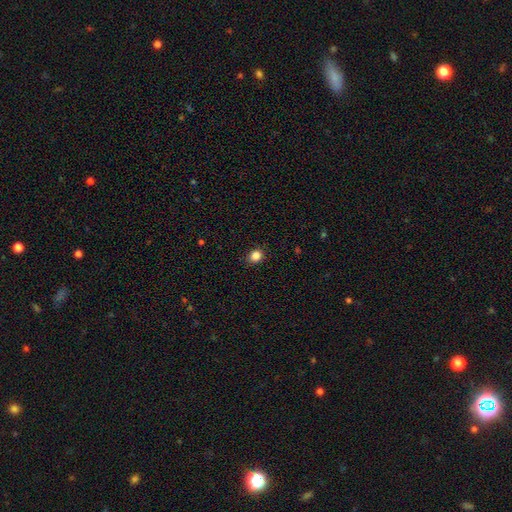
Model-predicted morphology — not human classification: type=smooth (84%); roundness=round (68%); merging=none (89%).